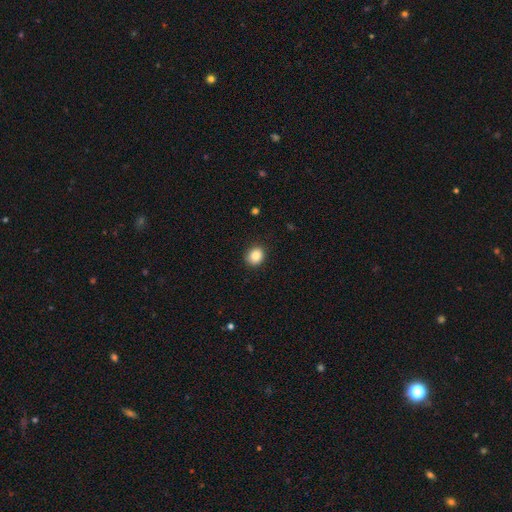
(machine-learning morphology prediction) smooth_or_featured: smooth (p=0.86) [alt: star or artifact p=0.09]
how_rounded: round (p=0.68) [alt: in between p=0.31]
merging: none (p=0.89) [alt: minor disturbance p=0.08]